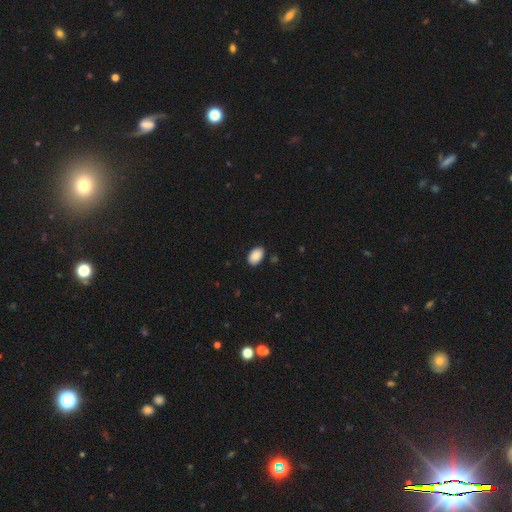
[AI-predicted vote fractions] A smooth galaxy with no disk features (89%) that is in between round and cigar-shaped (90%).

Vote fractions:
- Smooth or featured? smooth: 89% / star or artifact: 7% / featured or disk: 4%
- How rounded? in between: 90% / round: 9% / cigar-shaped: 1%
- Merging? none: 87% / minor disturbance: 10% / major disturbance: 2% / merger: 1%